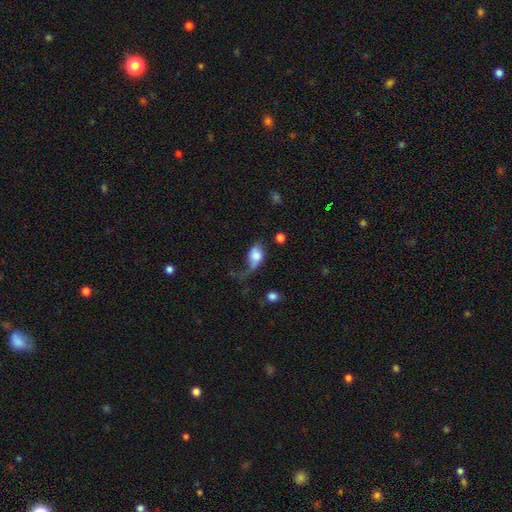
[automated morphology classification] smooth_or_featured: smooth (p=0.63) [alt: featured or disk p=0.28]
how_rounded: in between (p=0.76) [alt: round p=0.22]
merging: major disturbance (p=0.44) [alt: minor disturbance p=0.26]